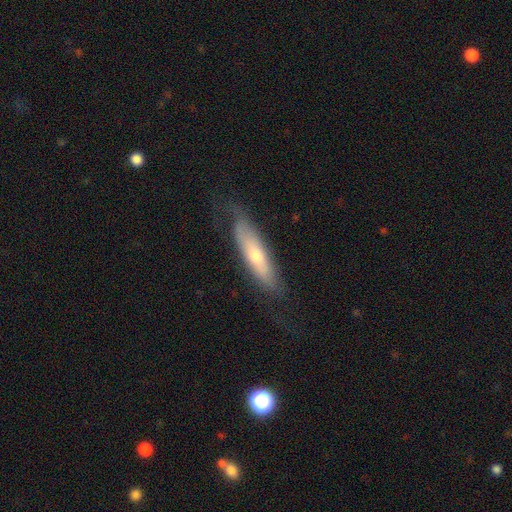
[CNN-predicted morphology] Q: Smooth or featured?
A: smooth (49%); runner-up: featured or disk (45%)
Q: Merging?
A: none (66%); runner-up: minor disturbance (21%)